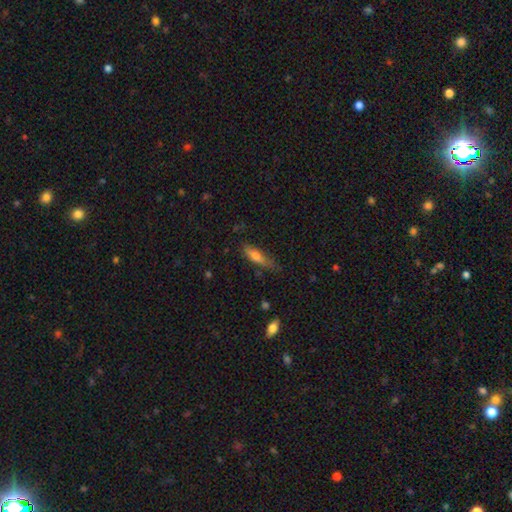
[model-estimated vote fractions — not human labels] smooth 69%, featured or disk 23%, star or artifact 7%. Down the decision tree: how rounded — cigar-shaped (58%); merging — none (58%).